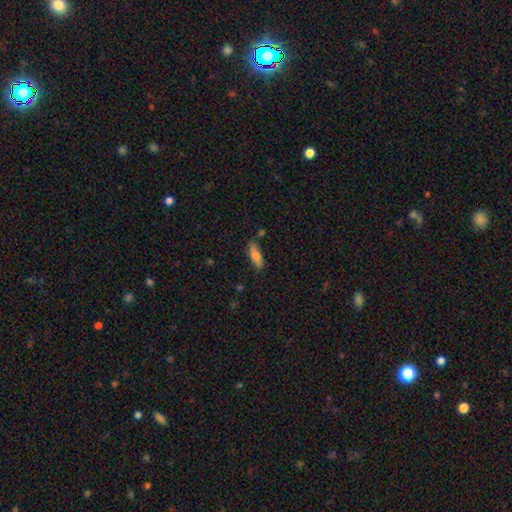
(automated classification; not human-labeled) This appears to be a smooth galaxy with no disk features (75%) that is in between round and cigar-shaped (58%). Merging: none (75%).